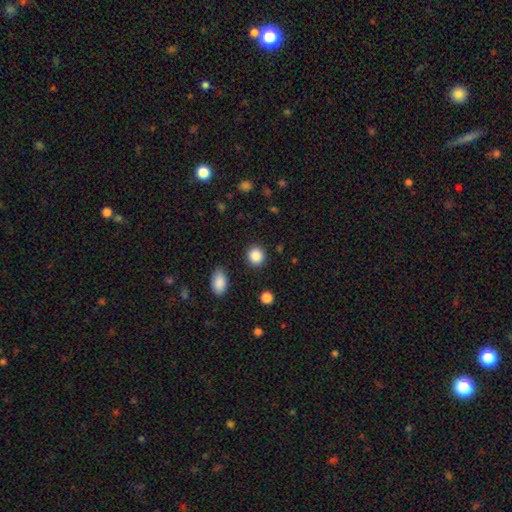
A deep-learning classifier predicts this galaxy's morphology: Smooth or featured? smooth (87%)
How rounded? round (85%)
Merging? none (89%)